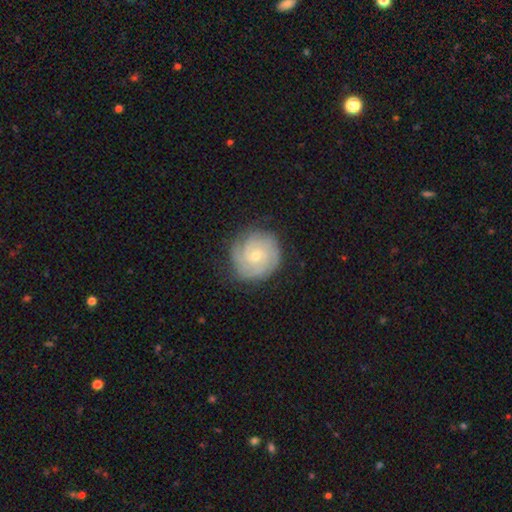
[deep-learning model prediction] smooth_or_featured: featured or disk (p=0.79) [alt: smooth p=0.15]
disk_edge_on: no (p=0.98) [alt: yes p=0.02]
bar: no (p=0.73) [alt: weak p=0.23]
has_spiral_arms: yes (p=0.96) [alt: no p=0.04]
spiral_winding: tight (p=0.77) [alt: medium p=0.19]
spiral_arm_count: 3 (p=0.29) [alt: can't tell p=0.26]
bulge_size: small (p=0.58) [alt: moderate p=0.38]
merging: none (p=0.83) [alt: minor disturbance p=0.13]